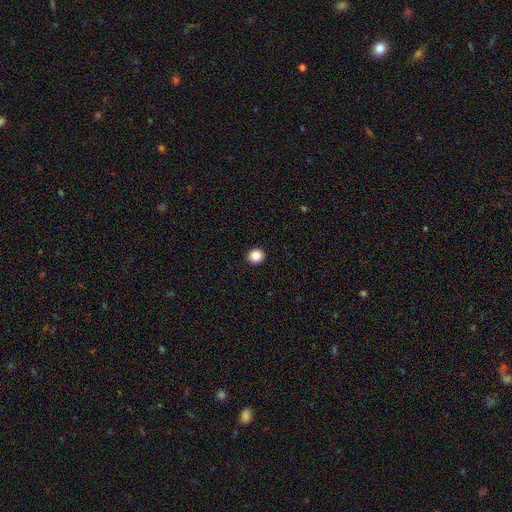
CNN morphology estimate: The model was most divided on "smooth or featured": smooth: 87%, star or artifact: 10%, featured or disk: 3%. More confident: merging — none (93%); how rounded — round (89%).